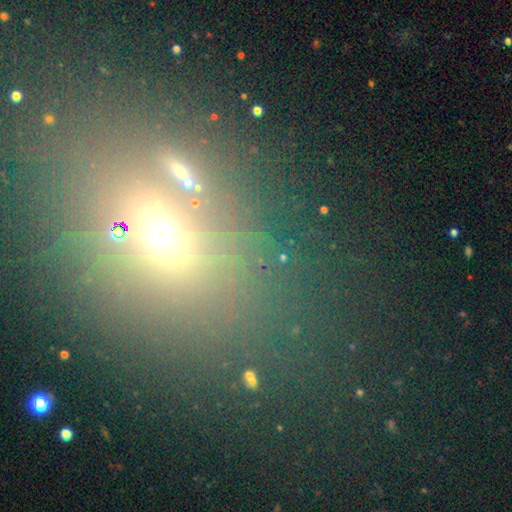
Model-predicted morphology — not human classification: The model was most divided on "smooth or featured": smooth: 45%, star or artifact: 41%, featured or disk: 14%. More confident: merging — none (71%).